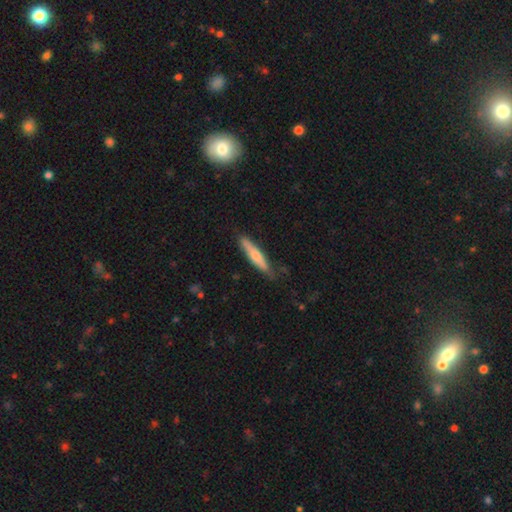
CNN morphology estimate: Smooth or featured? smooth (58%)
How rounded? cigar-shaped (88%)
Merging? none (78%)